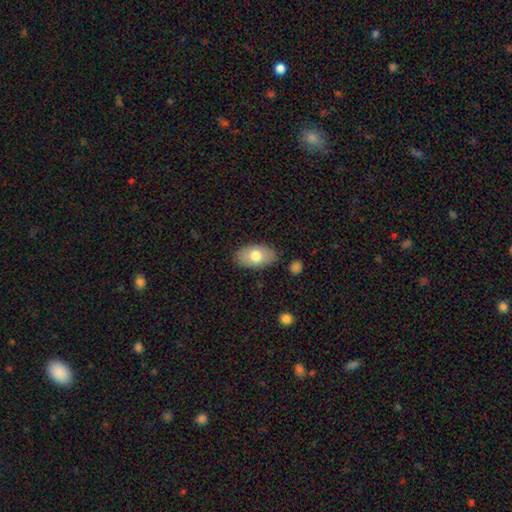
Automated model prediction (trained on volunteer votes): This is likely a smooth galaxy (73%). How rounded: clearly in between (92%). Merging: clearly none (83%).